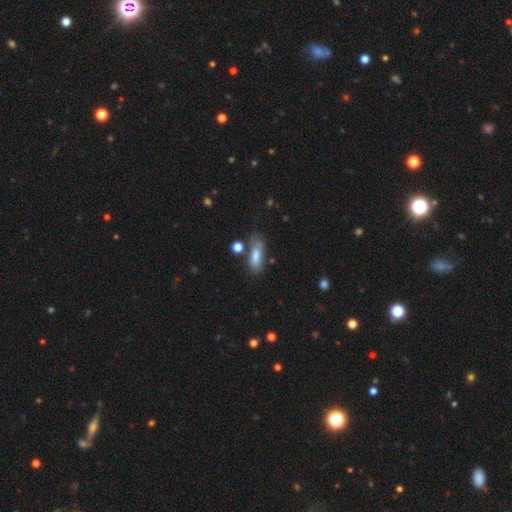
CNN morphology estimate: Smooth or featured? smooth (74%)
How rounded? in between (66%)
Merging? none (59%)